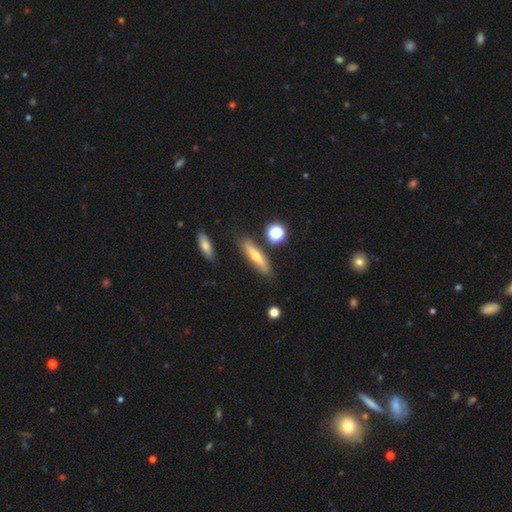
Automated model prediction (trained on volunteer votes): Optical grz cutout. It shows a smooth galaxy with no disk features (45%). Merging: none (80%).